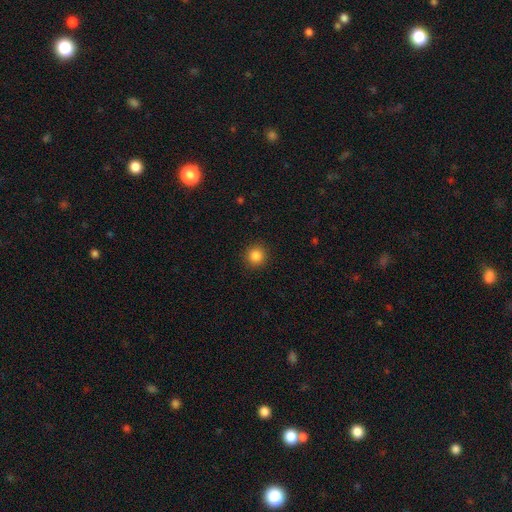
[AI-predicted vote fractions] Smooth or featured: smooth — 85% (star or artifact — 11%)
How rounded: round — 93% (in between — 6%)
Merging: none — 92% (minor disturbance — 5%)